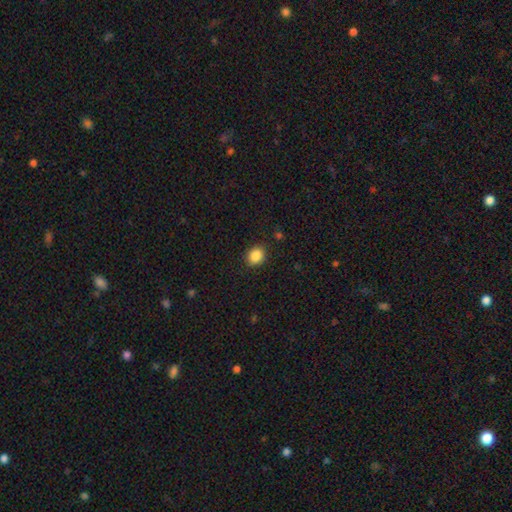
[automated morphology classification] The model was most divided on "how rounded": round: 59%, in between: 40%, cigar-shaped: 1%. More confident: merging — none (89%); smooth or featured — smooth (87%).